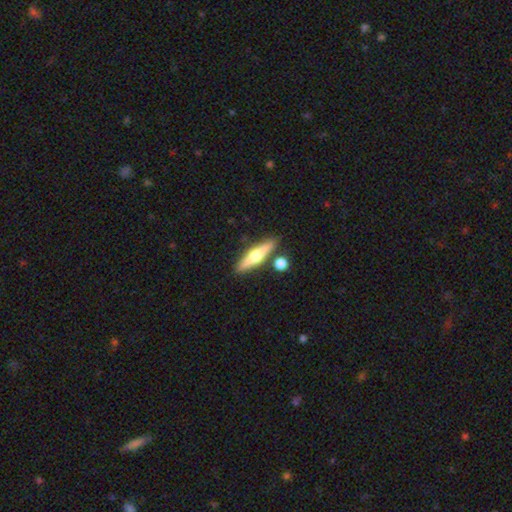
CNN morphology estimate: Overall: featured or disk (57%; smooth 37%). Edge-on disk: yes (94%). Edge-on bulge: rounded (94%). Merging: none (82%).